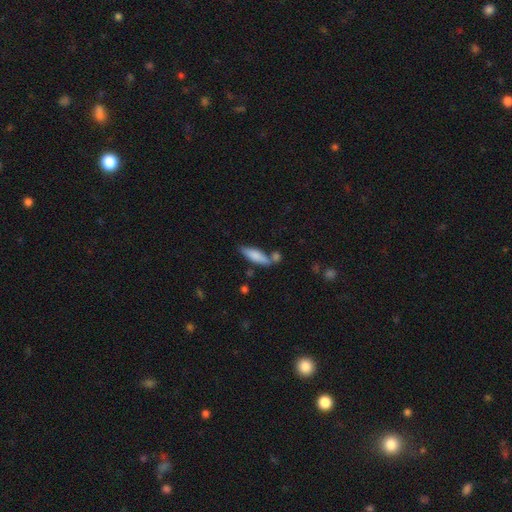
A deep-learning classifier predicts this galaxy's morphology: smooth_or_featured: smooth (p=0.77) [alt: featured or disk p=0.17]
how_rounded: cigar-shaped (p=0.56) [alt: in between p=0.42]
merging: none (p=0.61) [alt: merger p=0.18]